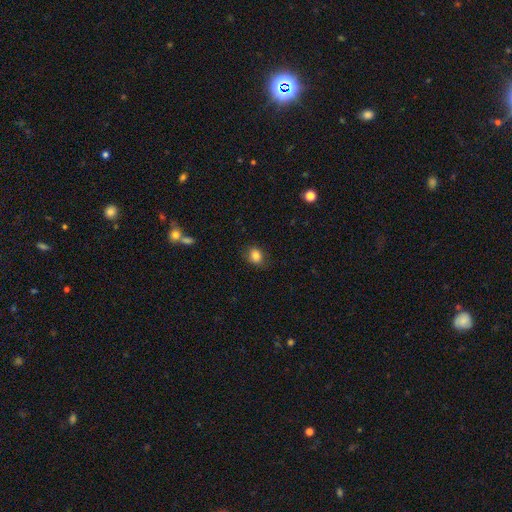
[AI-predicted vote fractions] smooth-or-featured: smooth: 83% | star or artifact: 11% | featured or disk: 6%
  how-rounded: round: 56% | in between: 43% | cigar-shaped: 1%
  merging: none: 82% | minor disturbance: 14% | major disturbance: 3% | merger: 1%